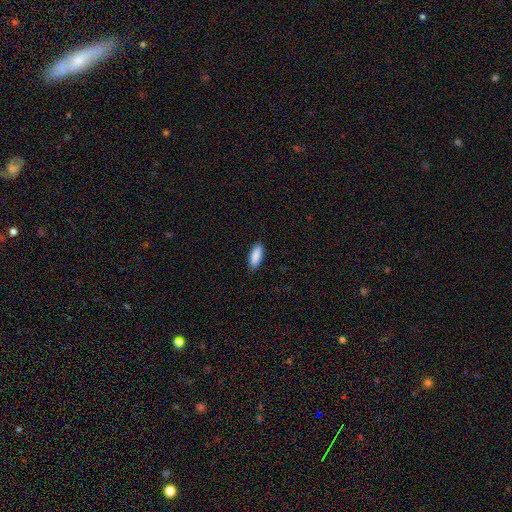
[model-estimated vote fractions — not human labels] This appears to be a smooth galaxy with no disk features (90%) that is in between round and cigar-shaped (79%). Merging: none (88%).